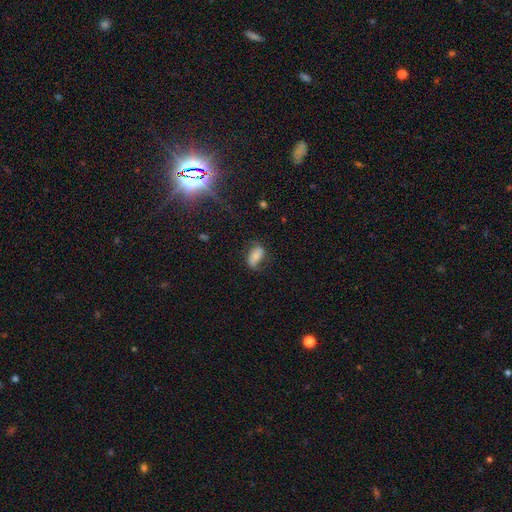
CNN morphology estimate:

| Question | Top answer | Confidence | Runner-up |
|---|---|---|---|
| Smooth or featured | smooth | 64% | featured or disk (27%) |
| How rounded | in between | 88% | cigar-shaped (7%) |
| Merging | none | 57% | minor disturbance (26%) |